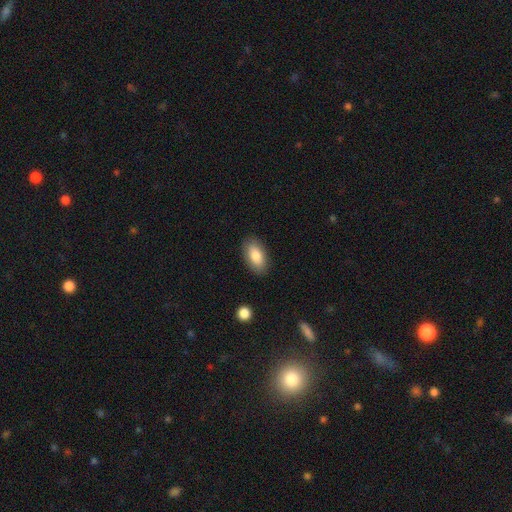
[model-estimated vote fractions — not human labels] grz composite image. It shows a smooth galaxy with no disk features (83%) that is in between round and cigar-shaped (92%). Merging: none (87%).